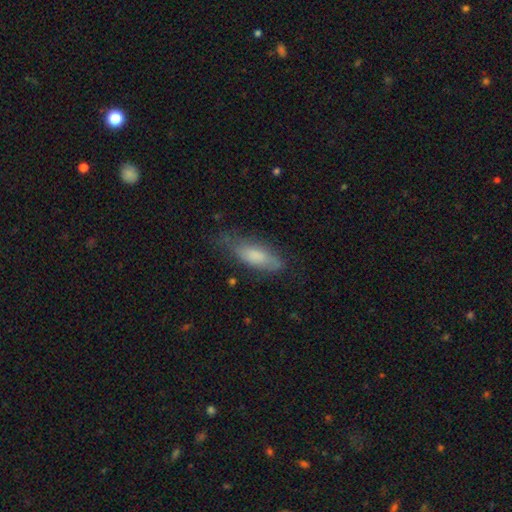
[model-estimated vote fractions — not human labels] smooth 72%, featured or disk 22%, star or artifact 7%. Down the decision tree: how rounded — in between (62%); merging — none (57%).